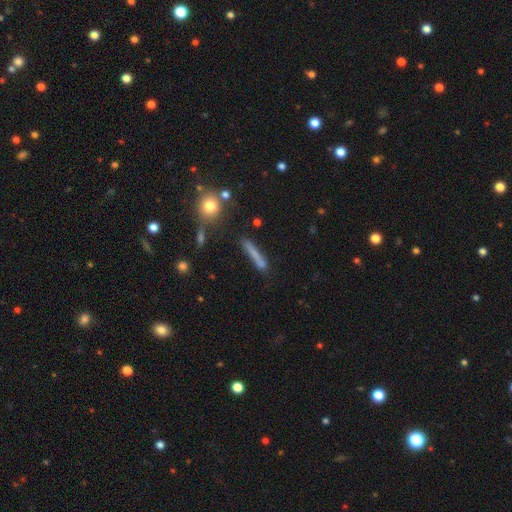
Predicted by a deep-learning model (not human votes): This is likely a smooth galaxy (67%). How rounded: clearly cigar-shaped (91%). Merging: likely none (75%).